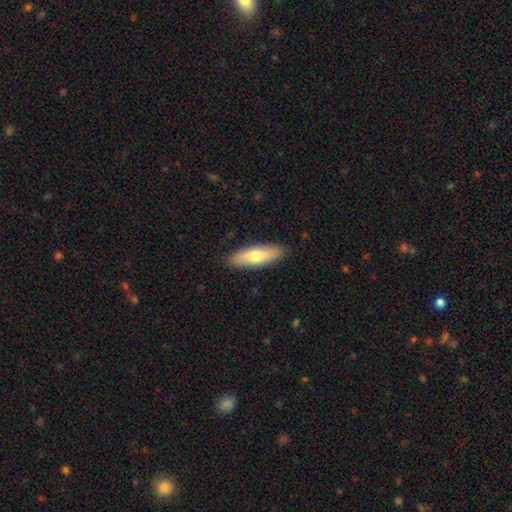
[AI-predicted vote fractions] A smooth galaxy with no disk features (66%) that is in between round and cigar-shaped (49%, tied with cigar-shaped).

Vote fractions:
- Smooth or featured? smooth: 66% / featured or disk: 29% / star or artifact: 5%
- How rounded? in between: 49% (tied) / cigar-shaped: 49% (tied) / round: 2%
- Merging? none: 89% / minor disturbance: 9% / major disturbance: 2% / merger: 1%